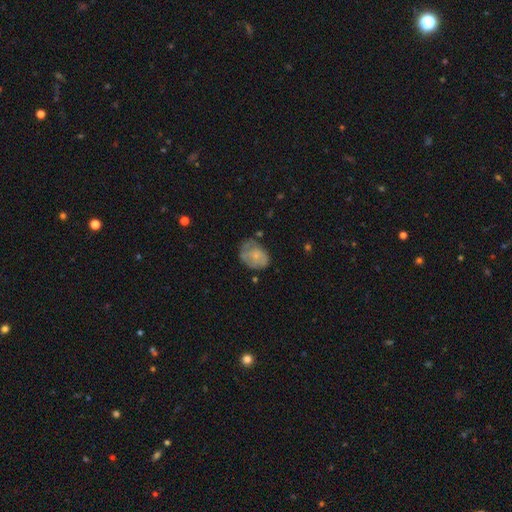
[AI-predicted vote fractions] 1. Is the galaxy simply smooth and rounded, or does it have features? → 55% smooth, 37% featured or disk, 8% star or artifact.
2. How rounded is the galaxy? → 63% in between, 36% round, 1% cigar-shaped.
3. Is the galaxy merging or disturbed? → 42% none, 34% minor disturbance, 20% major disturbance, 3% merger.